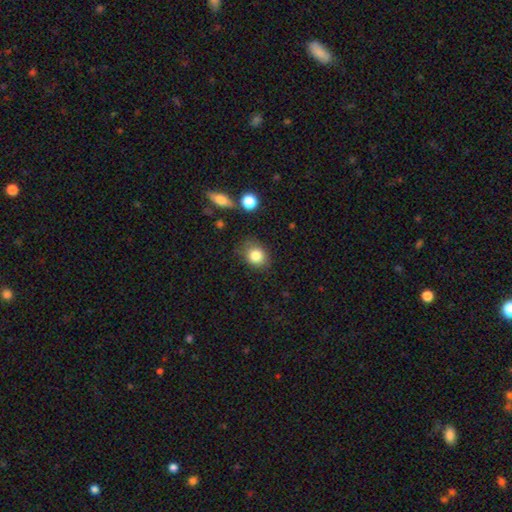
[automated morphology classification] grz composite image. It shows a smooth galaxy with no disk features (83%) that is round (54%). Merging: none (74%).